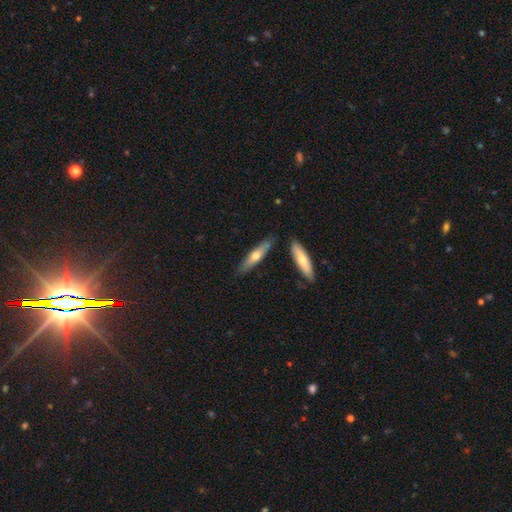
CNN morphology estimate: type=smooth (53%); roundness=cigar-shaped (80%); merging=none (80%).